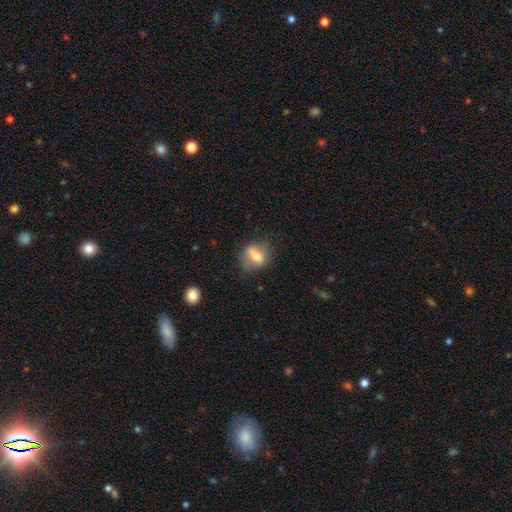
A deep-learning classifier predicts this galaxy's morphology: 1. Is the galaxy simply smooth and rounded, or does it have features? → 60% smooth, 30% featured or disk, 10% star or artifact.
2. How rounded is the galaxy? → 56% in between, 37% round, 7% cigar-shaped.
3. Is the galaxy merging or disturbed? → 58% none, 25% minor disturbance, 12% major disturbance, 5% merger.